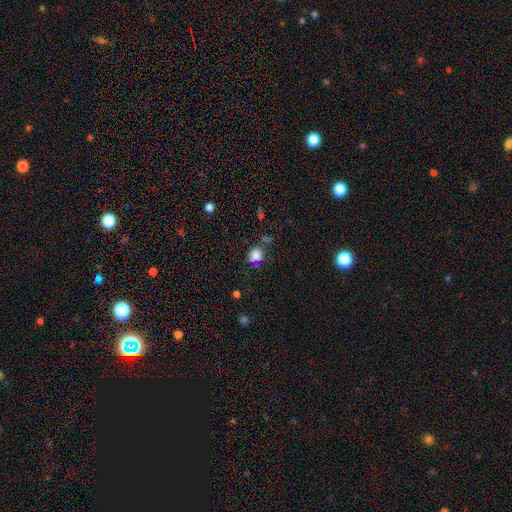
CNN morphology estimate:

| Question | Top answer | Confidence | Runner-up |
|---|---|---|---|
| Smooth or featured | smooth | 81% | star or artifact (14%) |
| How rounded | round | 76% | in between (23%) |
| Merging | none | 68% | minor disturbance (18%) |